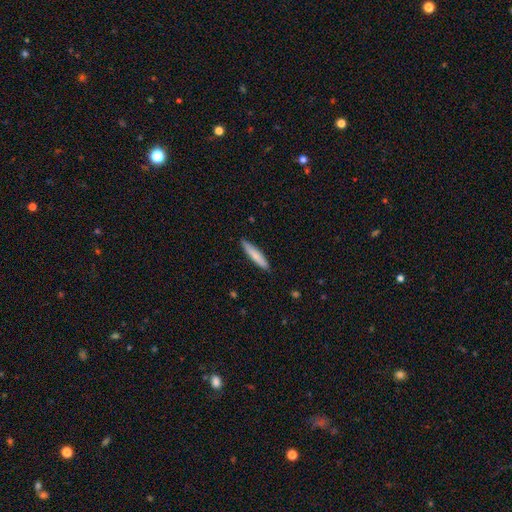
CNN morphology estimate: type=smooth (77%); roundness=cigar-shaped (88%); merging=none (88%).